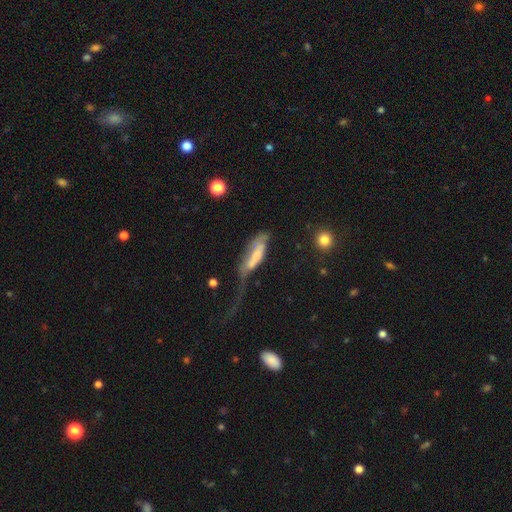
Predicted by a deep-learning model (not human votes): Q: Smooth or featured?
A: smooth (47%); runner-up: featured or disk (45%)
Q: Merging?
A: major disturbance (62%); runner-up: minor disturbance (16%)